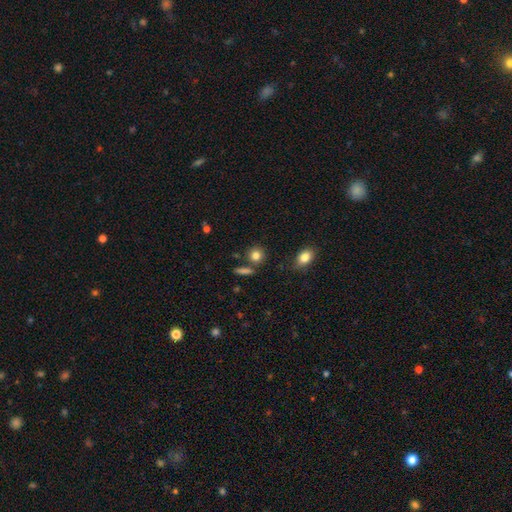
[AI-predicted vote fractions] Q: Smooth or featured?
A: smooth (83%); runner-up: star or artifact (10%)
Q: How rounded?
A: round (81%); runner-up: in between (16%)
Q: Merging?
A: none (78%); runner-up: minor disturbance (10%)